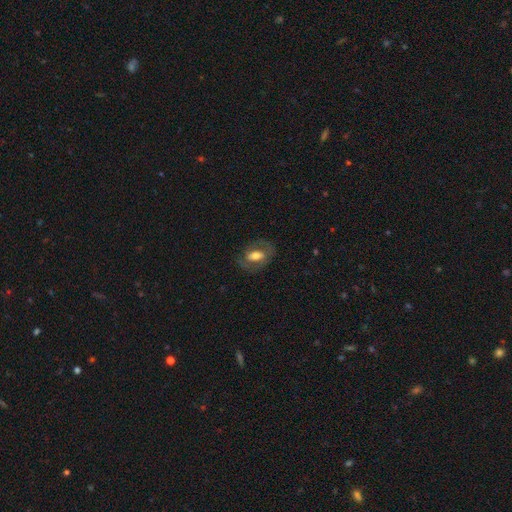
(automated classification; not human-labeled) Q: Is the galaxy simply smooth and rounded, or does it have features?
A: smooth — 49%.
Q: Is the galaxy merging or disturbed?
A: none — 70%.